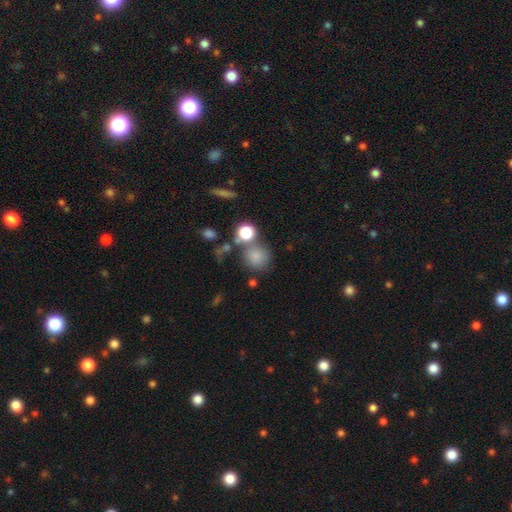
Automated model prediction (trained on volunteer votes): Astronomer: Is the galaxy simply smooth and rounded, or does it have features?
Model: smooth — 79%.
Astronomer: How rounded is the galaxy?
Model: round — 86%.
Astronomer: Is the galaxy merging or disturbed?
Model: none — 56%.